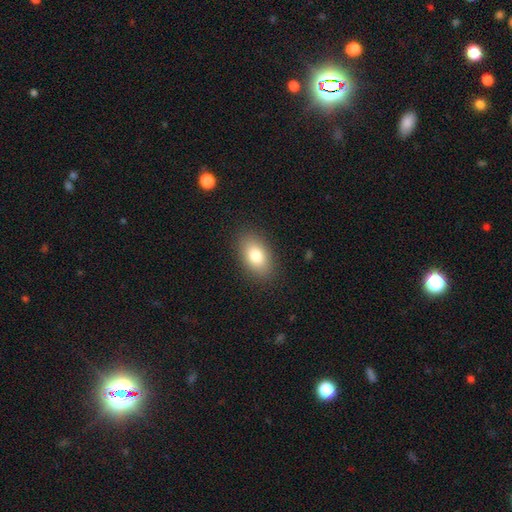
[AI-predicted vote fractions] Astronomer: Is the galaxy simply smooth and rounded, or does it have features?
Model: smooth — 81%.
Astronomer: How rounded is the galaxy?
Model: in between — 90%.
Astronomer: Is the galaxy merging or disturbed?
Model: none — 88%.